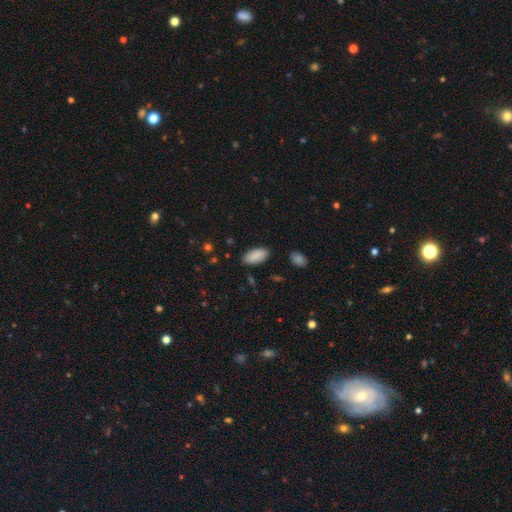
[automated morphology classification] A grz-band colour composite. It shows a smooth galaxy with no disk features (90%) that is in between round and cigar-shaped (94%). Merging: none (87%).